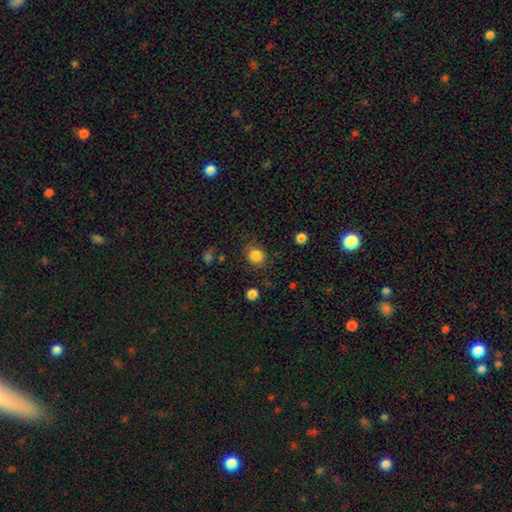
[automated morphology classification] Q: Smooth or featured?
A: smooth (85%); runner-up: star or artifact (10%)
Q: How rounded?
A: round (70%); runner-up: in between (29%)
Q: Merging?
A: none (80%); runner-up: minor disturbance (13%)